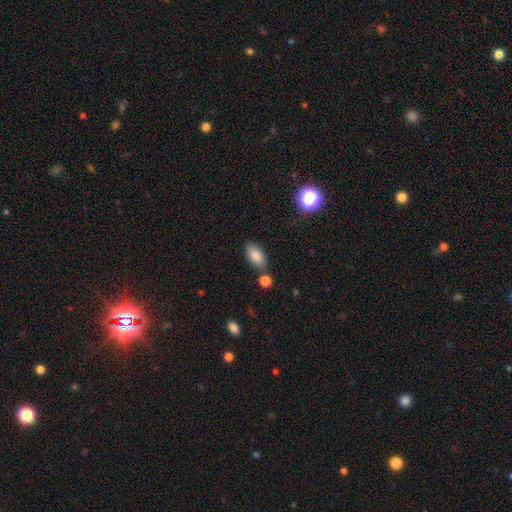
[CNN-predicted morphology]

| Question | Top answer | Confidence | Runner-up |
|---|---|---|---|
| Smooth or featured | smooth | 84% | star or artifact (8%) |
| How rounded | in between | 92% | cigar-shaped (4%) |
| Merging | none | 76% | minor disturbance (12%) |